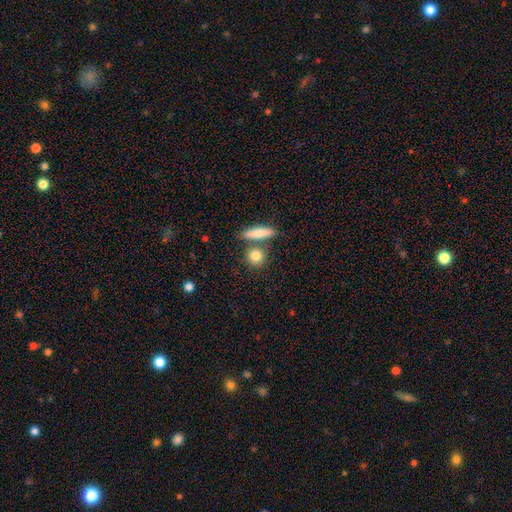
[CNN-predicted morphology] Smooth or featured? Predicted: smooth (p=0.82). How rounded? Predicted: round (p=0.71). Merging? Predicted: none (p=0.67).